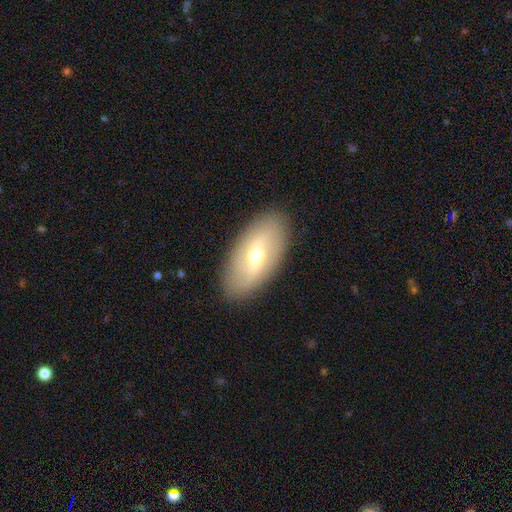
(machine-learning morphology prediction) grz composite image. It shows a featured or disk galaxy (49%). Merging: none (89%).